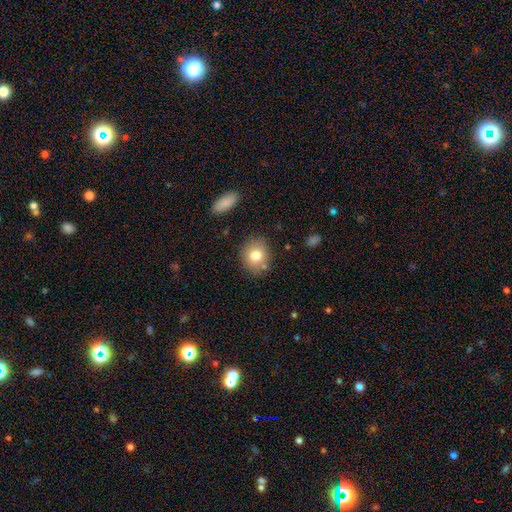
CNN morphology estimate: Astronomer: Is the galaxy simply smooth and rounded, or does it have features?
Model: smooth — 78%.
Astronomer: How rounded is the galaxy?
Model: round — 67%.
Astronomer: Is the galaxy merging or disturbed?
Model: none — 80%.